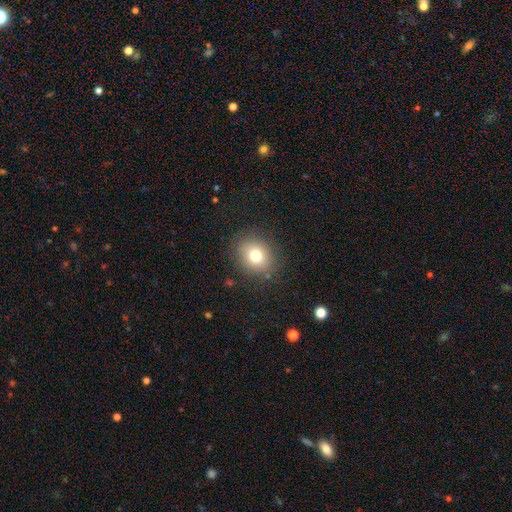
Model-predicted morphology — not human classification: Smooth or featured?
  - smooth: 76% *
  - star or artifact: 13%
  - featured or disk: 11%
How rounded?
  - round: 71% *
  - in between: 28%
  - cigar-shaped: 1%
Merging?
  - none: 85% *
  - minor disturbance: 9%
  - major disturbance: 4%
  - merger: 1%